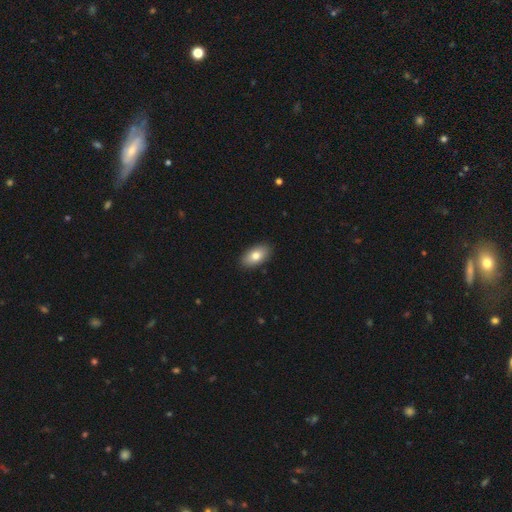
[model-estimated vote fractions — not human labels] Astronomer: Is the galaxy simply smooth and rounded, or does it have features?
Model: smooth — 80%.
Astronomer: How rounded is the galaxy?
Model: in between — 93%.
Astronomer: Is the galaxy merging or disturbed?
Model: none — 90%.